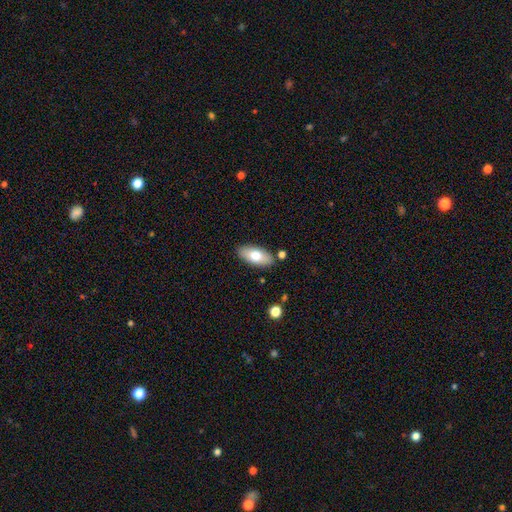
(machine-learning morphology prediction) type=smooth (74%); roundness=in between (88%); merging=none (84%).